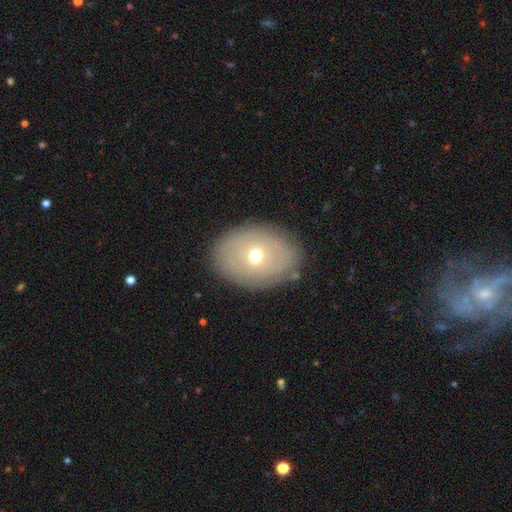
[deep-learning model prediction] This is possibly a smooth galaxy (50%). How rounded: likely in between (69%). Merging: clearly none (84%).